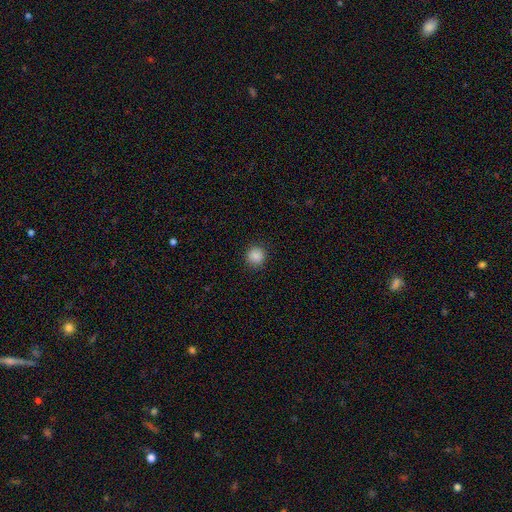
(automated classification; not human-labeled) Smooth or featured: smooth — 87% (star or artifact — 10%)
How rounded: round — 92% (in between — 7%)
Merging: none — 91% (minor disturbance — 6%)